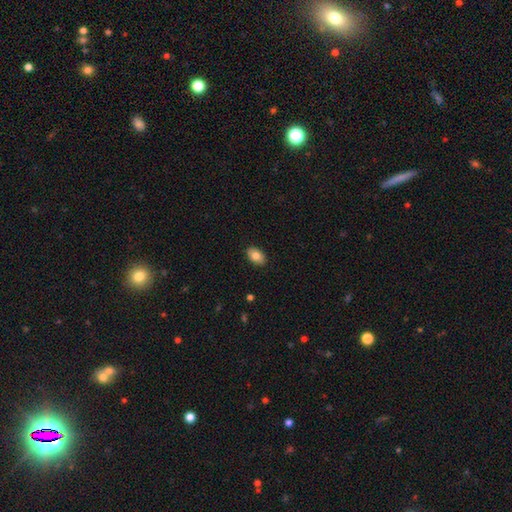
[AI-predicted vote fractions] The model was most divided on "smooth or featured": smooth: 82%, featured or disk: 11%, star or artifact: 7%. More confident: how rounded — in between (89%); merging — none (89%).